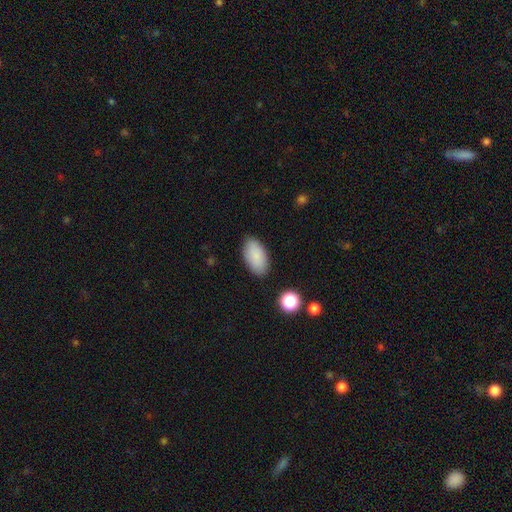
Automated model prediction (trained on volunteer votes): Q: Smooth or featured?
A: smooth (88%); runner-up: star or artifact (7%)
Q: How rounded?
A: in between (94%); runner-up: cigar-shaped (4%)
Q: Merging?
A: none (86%); runner-up: minor disturbance (10%)